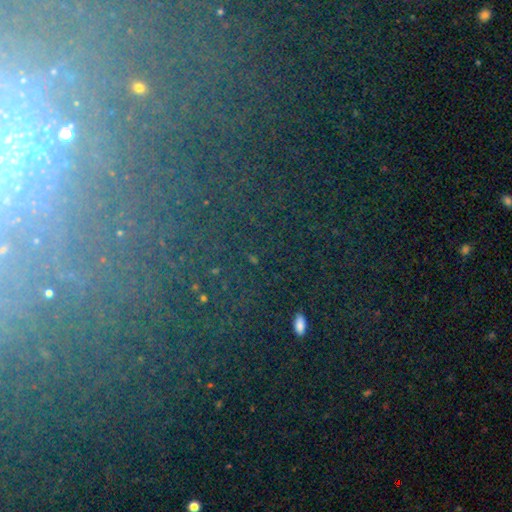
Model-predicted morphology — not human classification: This appears to be a star or artifact, not a galaxy (65%).